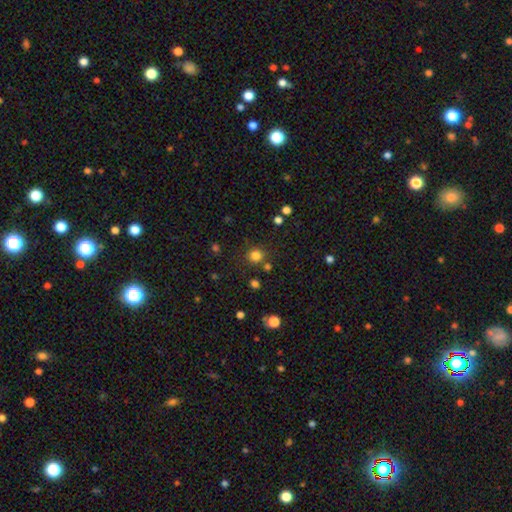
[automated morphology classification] Smooth or featured: smooth — 80% (star or artifact — 15%)
How rounded: round — 90% (in between — 9%)
Merging: none — 79% (minor disturbance — 9%)